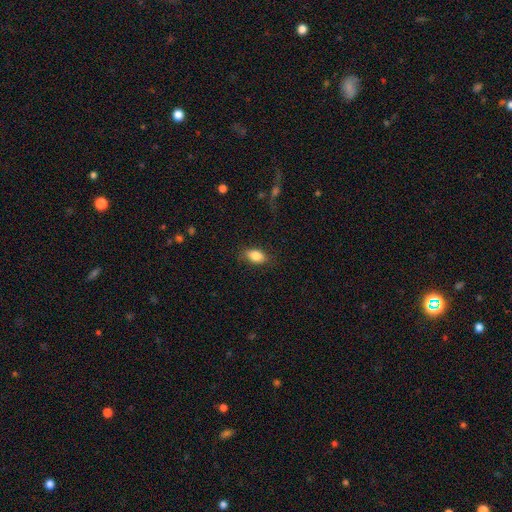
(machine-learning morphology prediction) smooth 84%, featured or disk 8%, star or artifact 7%. Down the decision tree: how rounded — in between (89%); merging — none (81%).